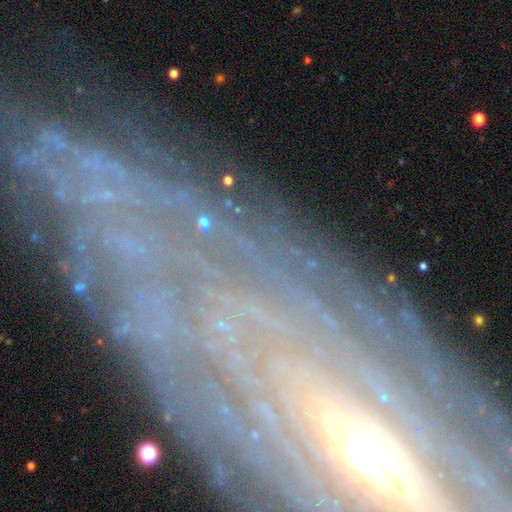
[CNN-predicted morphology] Smooth or featured? Predicted: featured or disk (p=0.72). Edge-on disk? Predicted: no (p=0.80). Bar? Predicted: no (p=0.59). Spiral arms? Predicted: yes (p=0.81). Bulge size? Predicted: moderate (p=0.43). Merging? Predicted: none (p=0.77).